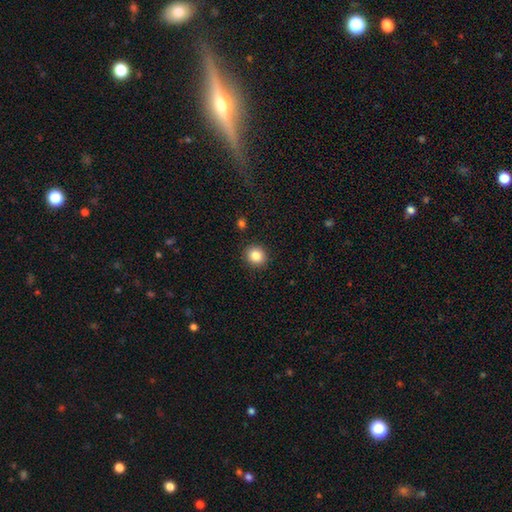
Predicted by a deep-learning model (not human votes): smooth 85%, star or artifact 10%, featured or disk 5%. Down the decision tree: how rounded — round (84%); merging — none (90%).